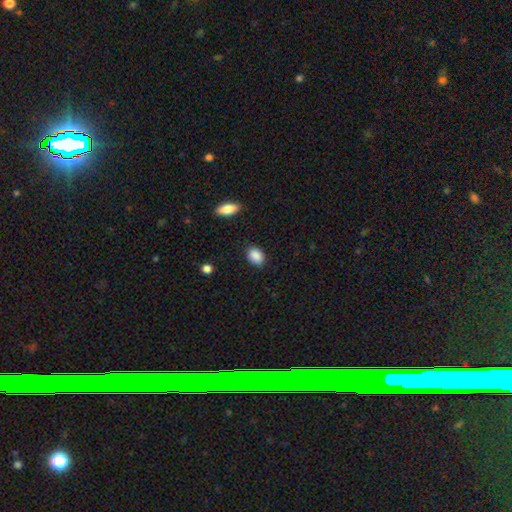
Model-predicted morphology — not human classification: Smooth or featured: smooth — 89% (star or artifact — 7%)
How rounded: in between — 77% (round — 21%)
Merging: none — 85% (minor disturbance — 11%)